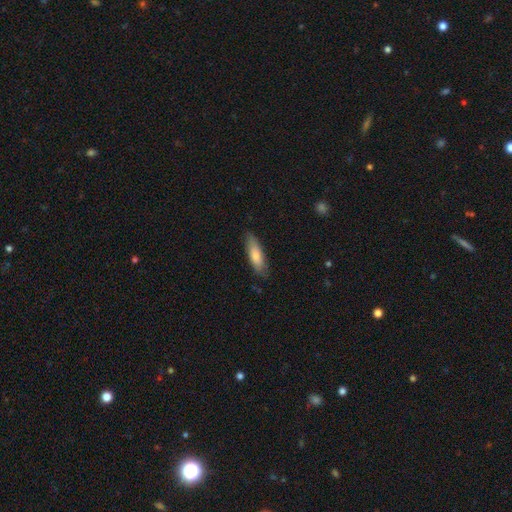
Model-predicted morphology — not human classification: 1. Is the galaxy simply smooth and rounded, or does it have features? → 77% smooth, 18% featured or disk, 5% star or artifact.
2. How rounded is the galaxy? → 51% cigar-shaped, 47% in between, 2% round.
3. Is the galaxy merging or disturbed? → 80% none, 16% minor disturbance, 3% major disturbance, 1% merger.